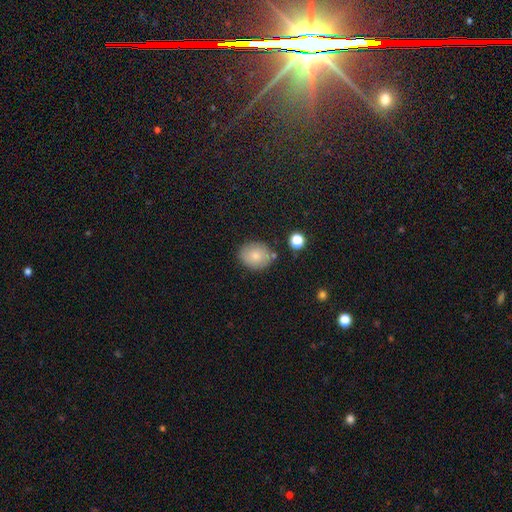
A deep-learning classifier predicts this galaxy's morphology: Overall: smooth (75%). How rounded: round (69%; in between 30%). Merging: none (80%).